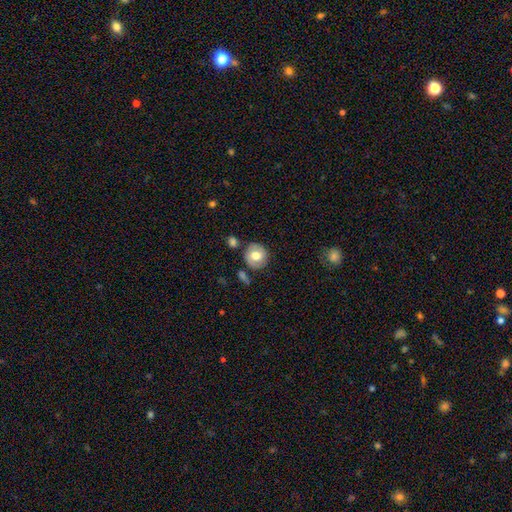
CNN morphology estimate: Smooth or featured? smooth (62%)
How rounded? round (86%)
Merging? none (78%)